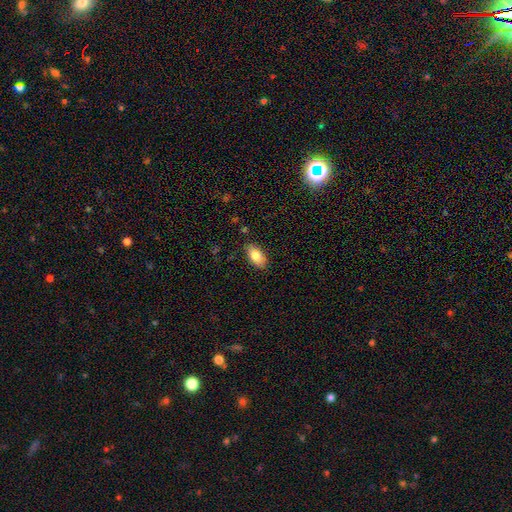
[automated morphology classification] A smooth galaxy with no disk features (83%) that is in between round and cigar-shaped (92%). Merging: none (84%).